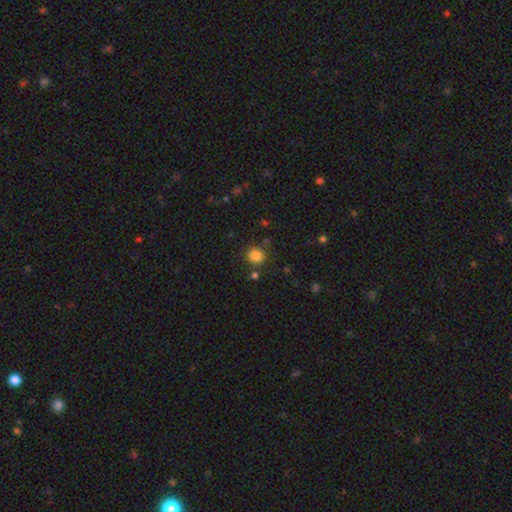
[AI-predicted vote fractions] Smooth or featured: smooth — 83% (star or artifact — 12%)
How rounded: round — 91% (in between — 8%)
Merging: none — 82% (minor disturbance — 9%)